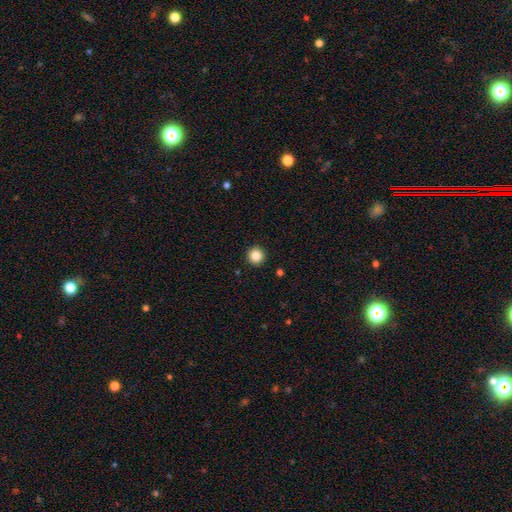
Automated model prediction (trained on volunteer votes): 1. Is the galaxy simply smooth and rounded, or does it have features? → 86% smooth, 10% star or artifact, 4% featured or disk.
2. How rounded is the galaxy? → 95% round, 4% in between, 1% cigar-shaped.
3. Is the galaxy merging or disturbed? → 94% none, 4% minor disturbance, 1% major disturbance, 1% merger.